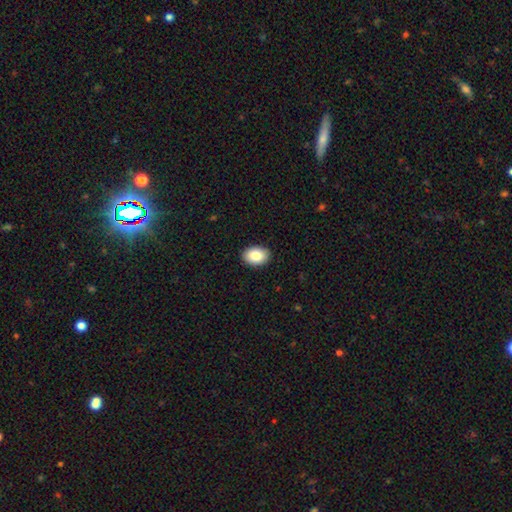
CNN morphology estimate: smooth_or_featured: smooth (p=0.85) [alt: featured or disk p=0.08]
how_rounded: in between (p=0.84) [alt: round p=0.15]
merging: none (p=0.90) [alt: minor disturbance p=0.07]